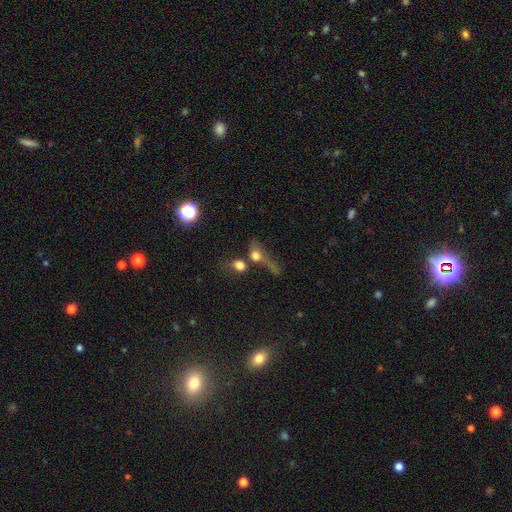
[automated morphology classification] Q: Smooth or featured?
A: smooth (65%); runner-up: featured or disk (21%)
Q: How rounded?
A: round (49%); runner-up: in between (42%)
Q: Merging?
A: merger (45%); runner-up: none (24%)